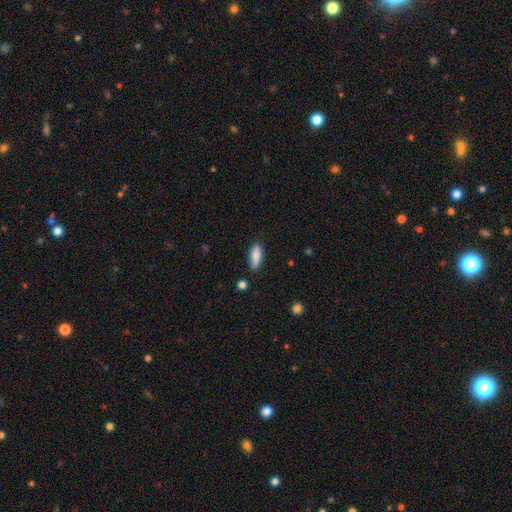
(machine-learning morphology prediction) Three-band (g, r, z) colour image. It shows a smooth galaxy with no disk features (85%) that is in between round and cigar-shaped (71%). Merging: none (77%).